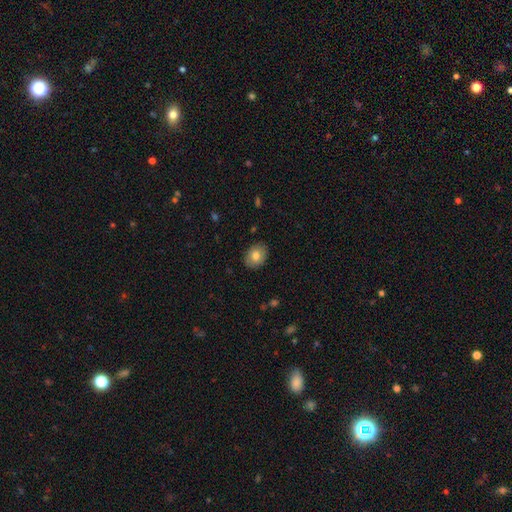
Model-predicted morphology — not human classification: This appears to be a smooth galaxy with no disk features (79%) that is in between round and cigar-shaped (64%). Merging: none (87%).